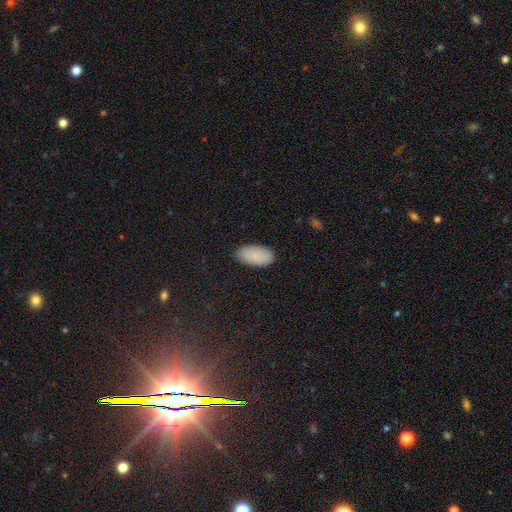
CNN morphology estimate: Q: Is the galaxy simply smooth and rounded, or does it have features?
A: smooth — 88%.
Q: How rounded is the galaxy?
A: in between — 95%.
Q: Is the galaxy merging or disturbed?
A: none — 87%.